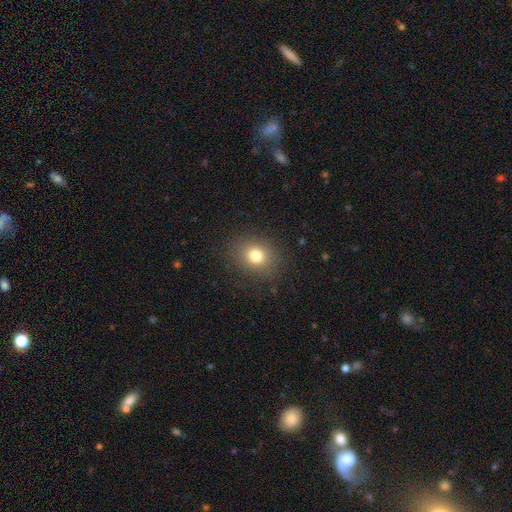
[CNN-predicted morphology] A smooth galaxy with no disk features (78%) that is round (65%).

Vote fractions:
- Smooth or featured? smooth: 78% / star or artifact: 13% / featured or disk: 9%
- How rounded? round: 65% / in between: 34% / cigar-shaped: 1%
- Merging? none: 86% / minor disturbance: 9% / major disturbance: 4% / merger: 1%